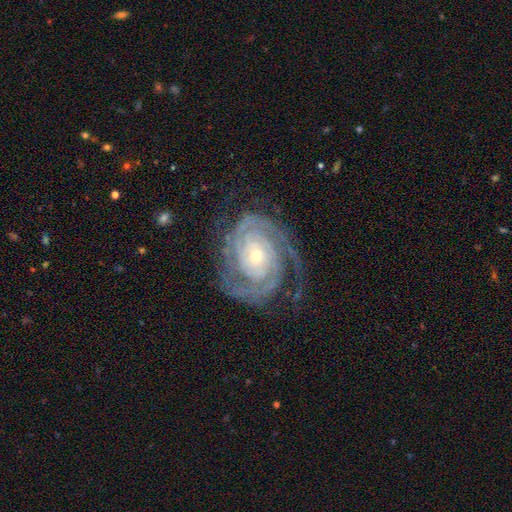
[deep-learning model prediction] A featured or disk galaxy (92%) with no bar (72%), 2 (53%) tight (77%) spiral arms (98%) and a small central bulge (68%).

Vote fractions:
- Smooth or featured? featured or disk: 92% / star or artifact: 4% / smooth: 3%
- Edge-on disk? no: 98% / yes: 2%
- Bar? no: 72% / weak: 19% / strong: 10%
- Spiral arms? yes: 98% / no: 2%
- Spiral winding? tight: 77% / medium: 20% / loose: 3%
- Spiral arm count? 2: 53% / 3: 19% / can't tell: 11% / 4: 8% / more than 4: 5% / 1: 5%
- Bulge size? small: 68% / moderate: 28% / large: 2% / none: 1% / dominant: 1%
- Merging? none: 75% / minor disturbance: 16% / major disturbance: 8% / merger: 1%